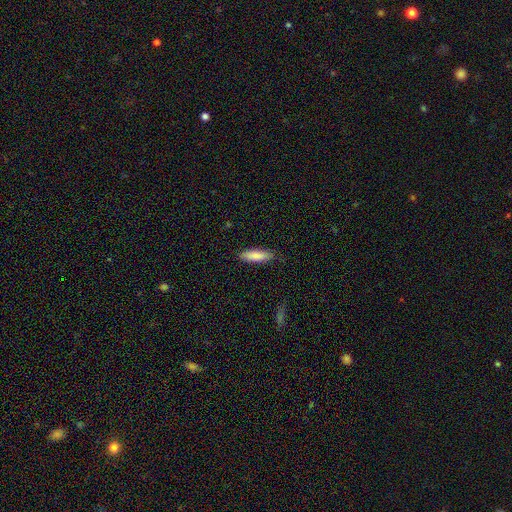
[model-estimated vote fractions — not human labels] This appears to be a smooth galaxy with no disk features (84%) that is in between round and cigar-shaped (51%). Merging: none (81%).